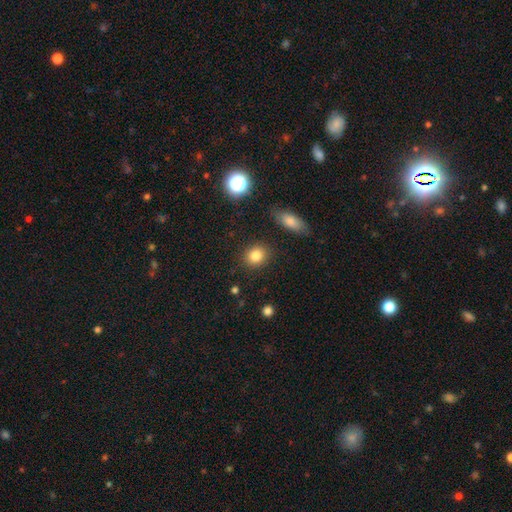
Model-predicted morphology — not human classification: smooth 83%, star or artifact 11%, featured or disk 6%. Down the decision tree: how rounded — round (71%); merging — none (87%).